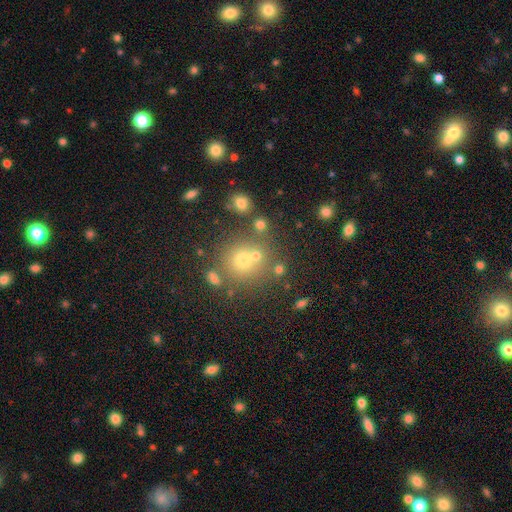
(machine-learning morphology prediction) This appears to be a smooth galaxy with no disk features (68%) that is round (87%). Merging: none (62%).